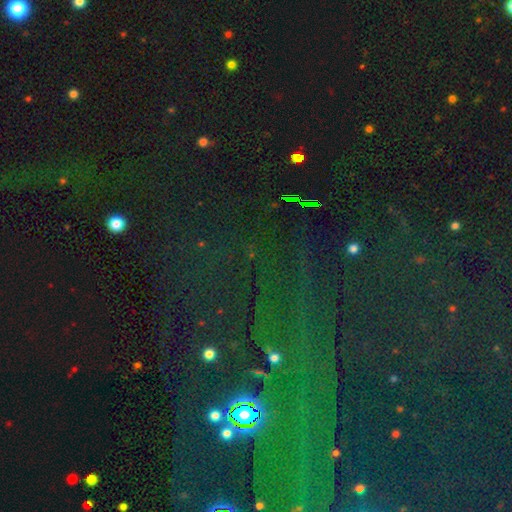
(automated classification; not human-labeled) Smooth or featured? star or artifact (83%)